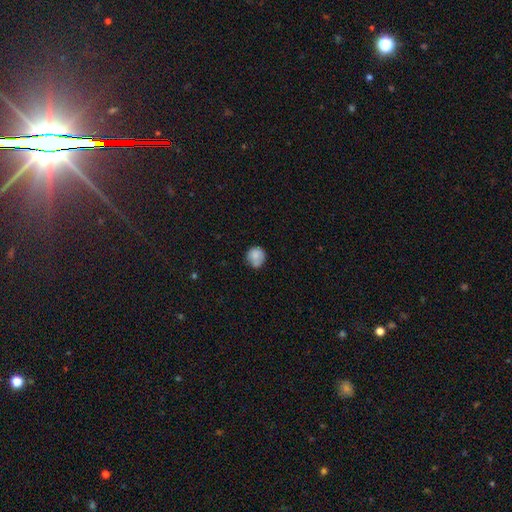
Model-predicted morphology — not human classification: A smooth galaxy with no disk features (81%) that is round (83%). Merging: none (64%).